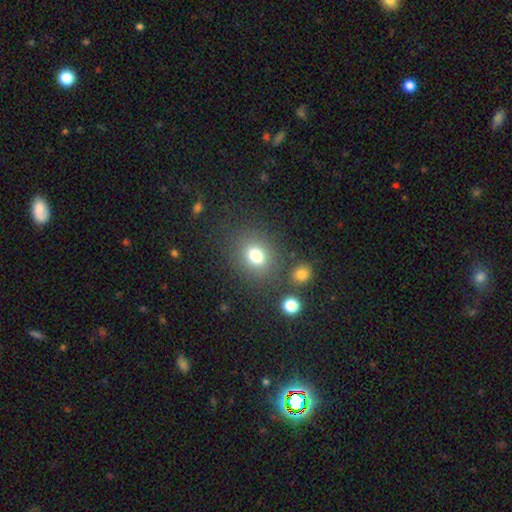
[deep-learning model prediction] Smooth or featured: smooth — 77% (star or artifact — 14%)
How rounded: round — 63% (in between — 36%)
Merging: none — 77% (minor disturbance — 11%)